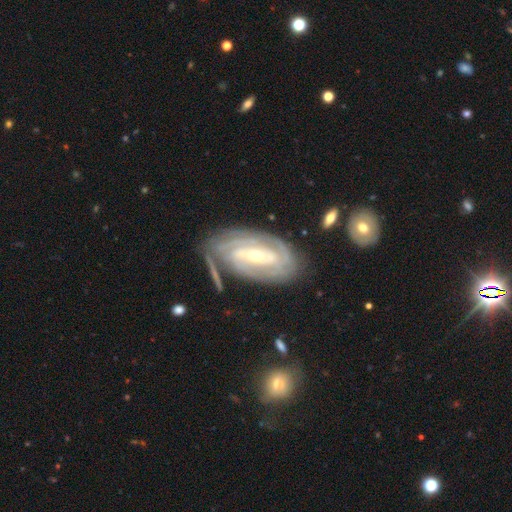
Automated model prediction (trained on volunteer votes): A featured or disk galaxy (87%) with a strong bar (40%), 2 (30%) tight (74%) spiral arms (95%) and a small central bulge (54%). Merging: none (71%).